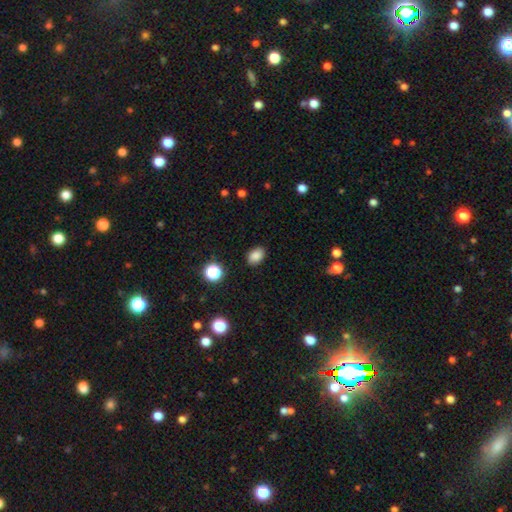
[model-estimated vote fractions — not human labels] smooth 85%, star or artifact 11%, featured or disk 4%. Down the decision tree: how rounded — in between (79%); merging — none (86%).